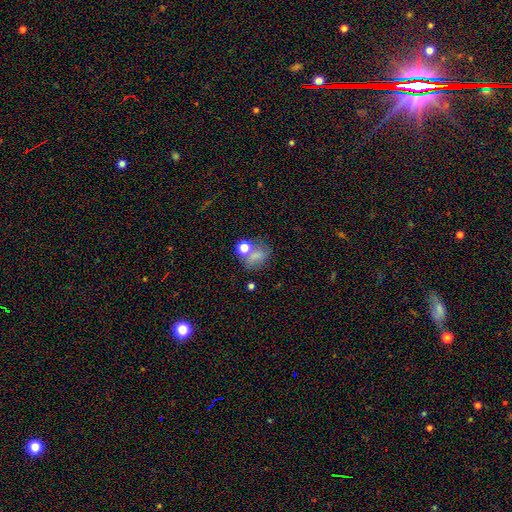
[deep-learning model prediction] Overall: smooth (65%). How rounded: in between (51%; round 48%). Merging: none (45%; merger 24%).